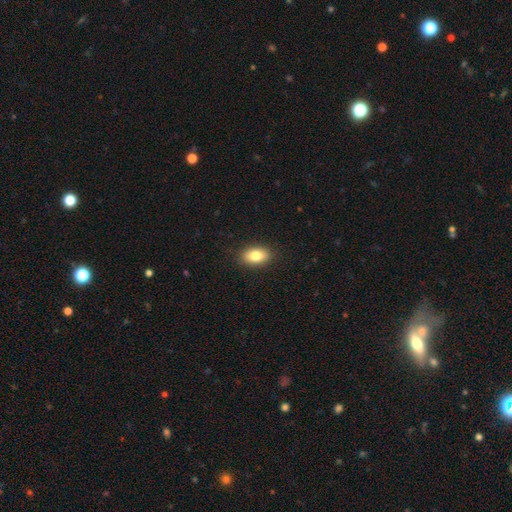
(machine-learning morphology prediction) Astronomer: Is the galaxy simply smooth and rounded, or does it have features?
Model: smooth — 82%.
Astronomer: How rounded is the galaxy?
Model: in between — 88%.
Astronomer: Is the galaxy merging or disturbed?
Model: none — 89%.